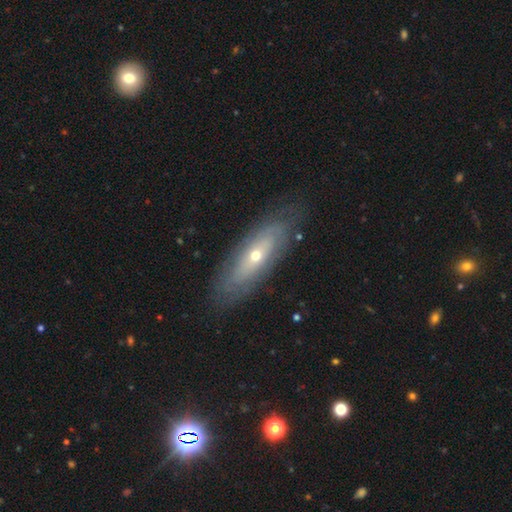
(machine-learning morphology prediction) This is likely a featured or disk galaxy (61%). It is likely not viewed edge-on (70%). Merging: likely none (79%).